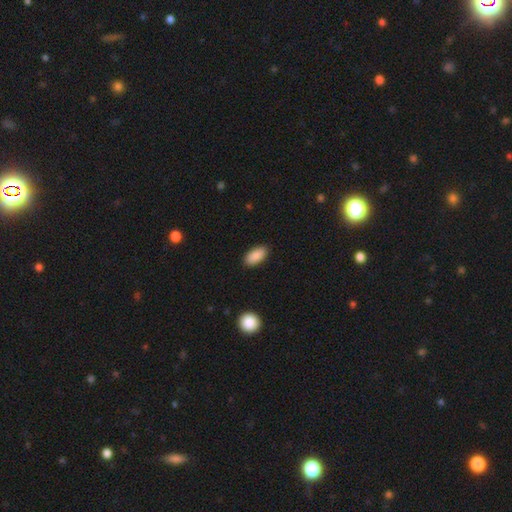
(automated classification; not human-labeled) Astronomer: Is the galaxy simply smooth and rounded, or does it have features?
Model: smooth — 89%.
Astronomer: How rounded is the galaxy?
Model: in between — 93%.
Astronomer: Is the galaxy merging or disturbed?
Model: none — 88%.